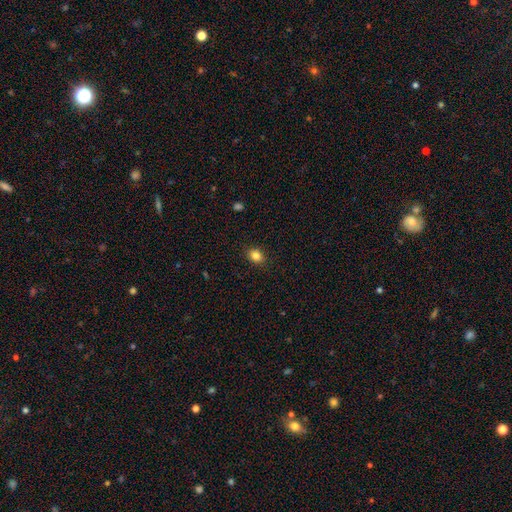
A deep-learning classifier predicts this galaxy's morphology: This appears to be a smooth galaxy with no disk features (84%) that is in between round and cigar-shaped (53%). Merging: none (89%).